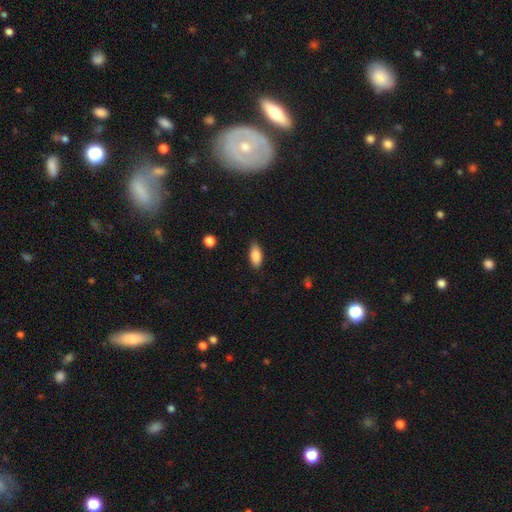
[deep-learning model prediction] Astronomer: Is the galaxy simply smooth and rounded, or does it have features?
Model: smooth — 87%.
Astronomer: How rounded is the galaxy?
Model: in between — 88%.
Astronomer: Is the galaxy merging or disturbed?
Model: none — 83%.